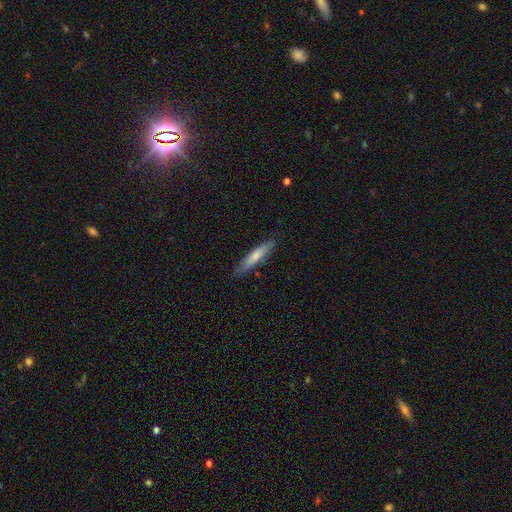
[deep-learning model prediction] Smooth or featured? smooth (72%)
How rounded? cigar-shaped (88%)
Merging? none (85%)